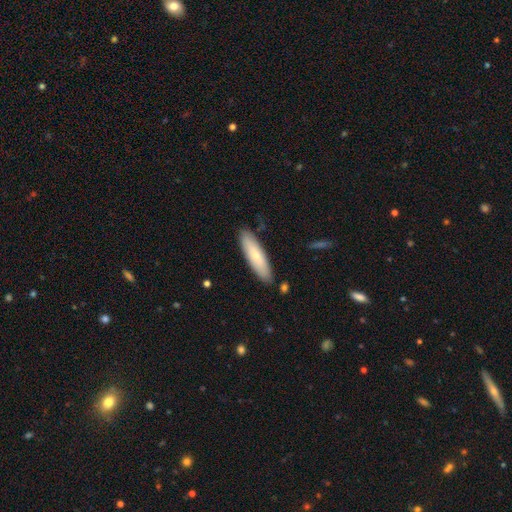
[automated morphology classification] This is likely a smooth galaxy (70%). How rounded: likely cigar-shaped (69%). Merging: clearly none (87%).